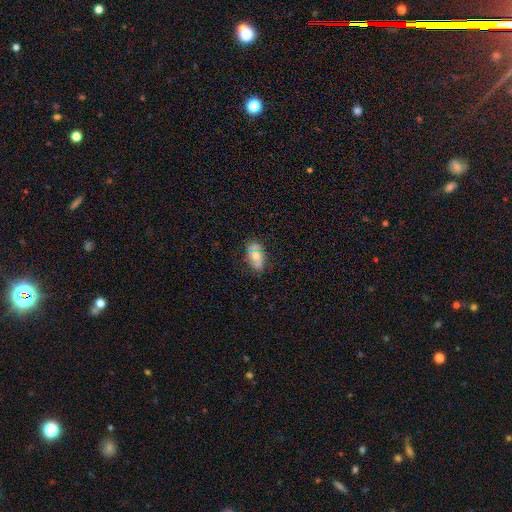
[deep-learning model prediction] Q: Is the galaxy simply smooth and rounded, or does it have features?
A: smooth — 54%.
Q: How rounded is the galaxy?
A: in between — 87%.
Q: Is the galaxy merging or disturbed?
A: none — 73%.